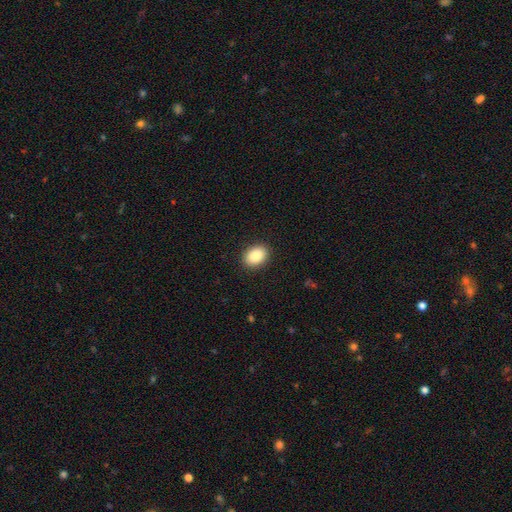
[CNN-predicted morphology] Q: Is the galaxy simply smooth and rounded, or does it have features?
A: smooth — 89%.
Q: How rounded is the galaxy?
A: in between — 73%.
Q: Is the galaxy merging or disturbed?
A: none — 90%.